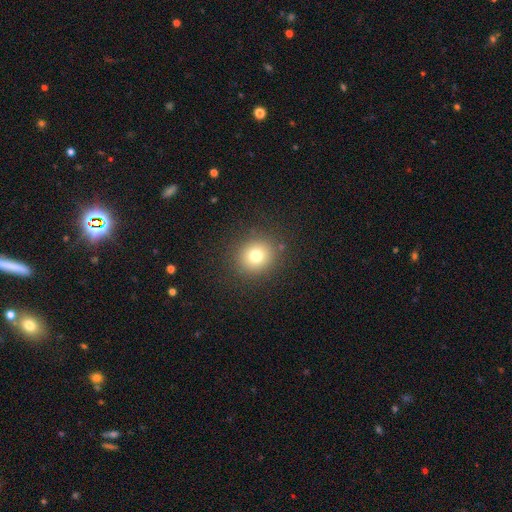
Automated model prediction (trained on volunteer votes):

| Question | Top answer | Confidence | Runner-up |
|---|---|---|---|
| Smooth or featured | smooth | 75% | star or artifact (14%) |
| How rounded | round | 84% | in between (15%) |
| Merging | none | 88% | minor disturbance (7%) |